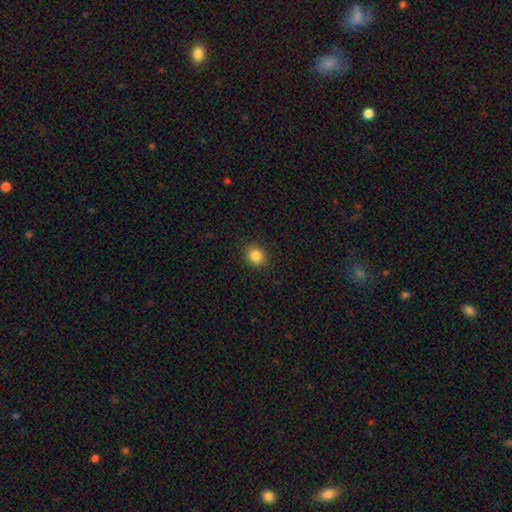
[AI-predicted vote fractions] Smooth or featured: smooth — 85% (star or artifact — 10%)
How rounded: round — 73% (in between — 26%)
Merging: none — 90% (minor disturbance — 7%)